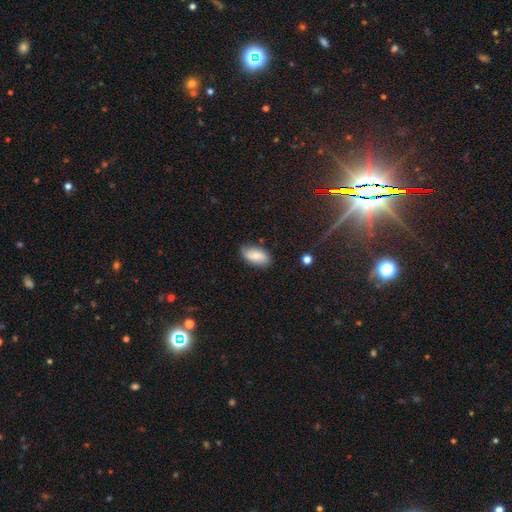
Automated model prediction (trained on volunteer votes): smooth-or-featured: smooth: 71% | featured or disk: 22% | star or artifact: 7%
  how-rounded: in between: 93% | cigar-shaped: 4% | round: 3%
  merging: none: 80% | minor disturbance: 16% | major disturbance: 3% | merger: 1%